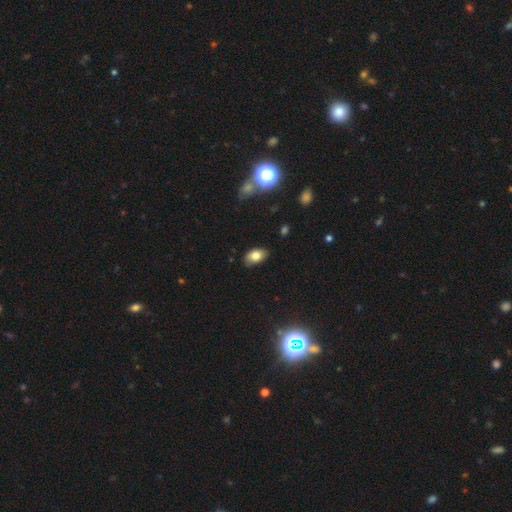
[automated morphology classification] A smooth galaxy with no disk features (79%) that is in between round and cigar-shaped (91%). Merging: none (81%).